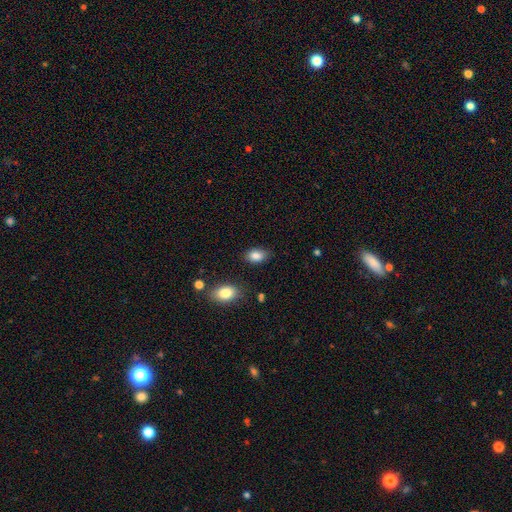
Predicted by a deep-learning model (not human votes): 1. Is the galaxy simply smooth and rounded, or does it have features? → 86% smooth, 8% star or artifact, 6% featured or disk.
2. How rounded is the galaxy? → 87% in between, 12% round, 1% cigar-shaped.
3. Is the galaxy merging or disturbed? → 82% none, 13% minor disturbance, 3% major disturbance, 2% merger.